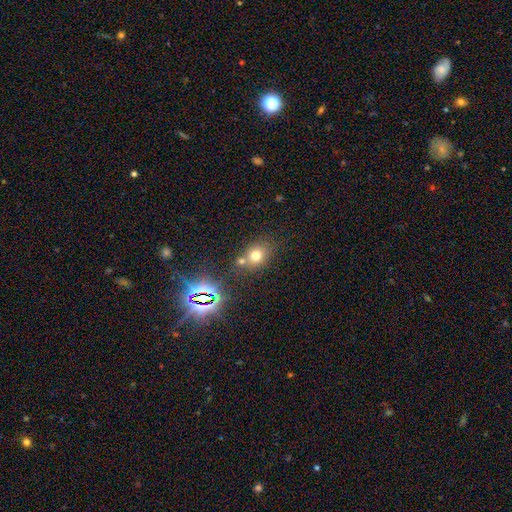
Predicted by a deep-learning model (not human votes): The model was most divided on "how rounded": round: 62%, in between: 37%, cigar-shaped: 1%. More confident: smooth or featured — smooth (69%); merging — none (59%).